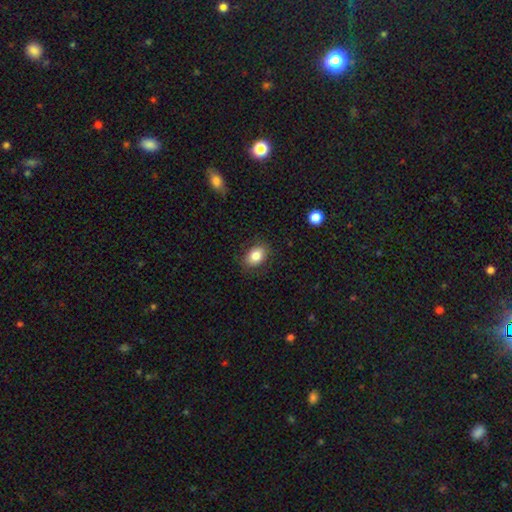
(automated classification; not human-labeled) smooth_or_featured: smooth (p=0.83) [alt: featured or disk p=0.09]
how_rounded: in between (p=0.77) [alt: round p=0.22]
merging: none (p=0.85) [alt: minor disturbance p=0.11]